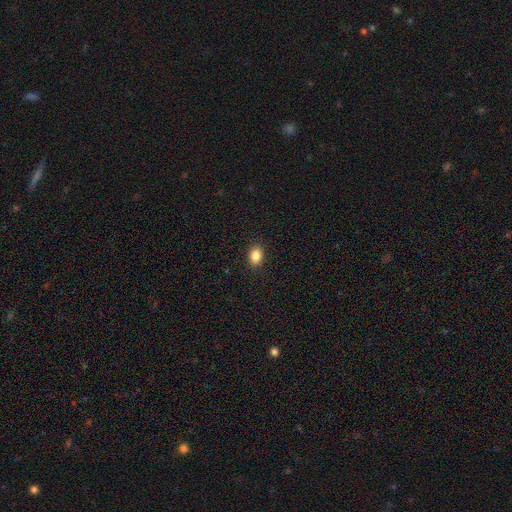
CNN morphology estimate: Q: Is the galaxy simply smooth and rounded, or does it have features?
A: smooth — 85%.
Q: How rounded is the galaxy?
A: in between — 73%.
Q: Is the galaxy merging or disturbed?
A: none — 90%.